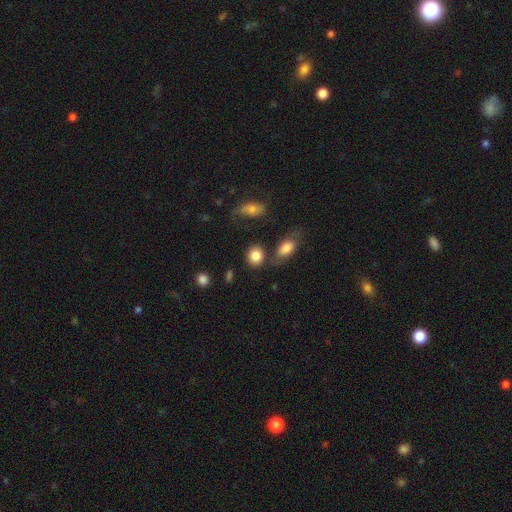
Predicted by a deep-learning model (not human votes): Morphology: type=smooth (84%); roundness=round (66%); merging=none (67%).